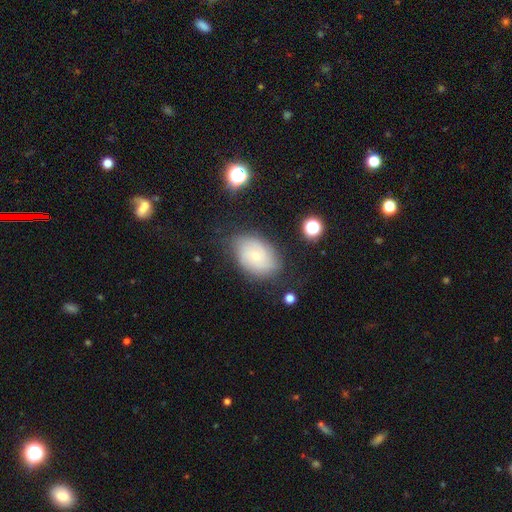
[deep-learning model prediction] Morphology: type=smooth (53%); roundness=in between (83%); merging=none (71%).